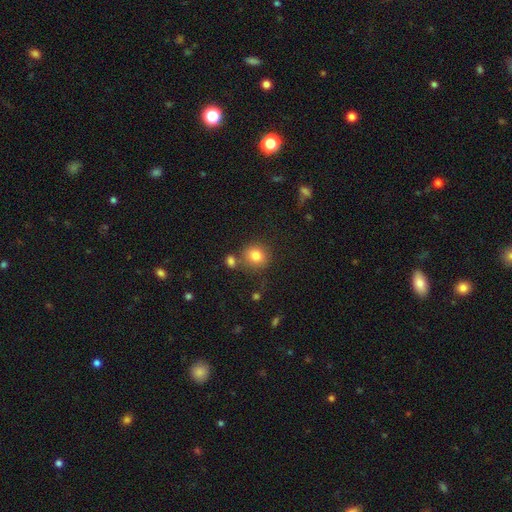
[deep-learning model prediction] The model was most divided on "merging": none: 73%, merger: 12%, minor disturbance: 11%, major disturbance: 4%. More confident: how rounded — round (85%); smooth or featured — smooth (81%).